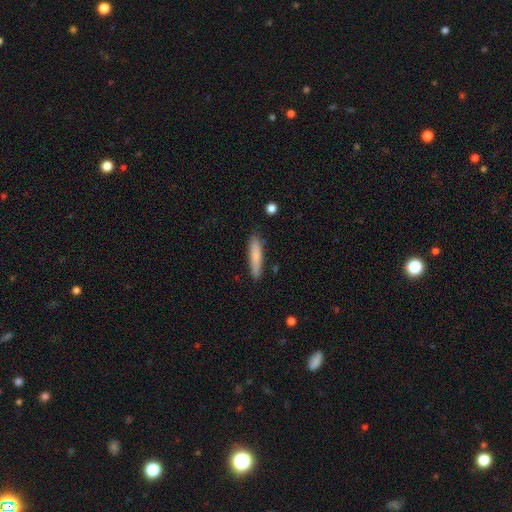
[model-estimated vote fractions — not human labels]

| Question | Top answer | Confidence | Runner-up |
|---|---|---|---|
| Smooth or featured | smooth | 79% | featured or disk (15%) |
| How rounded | cigar-shaped | 88% | in between (11%) |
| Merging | none | 86% | minor disturbance (10%) |